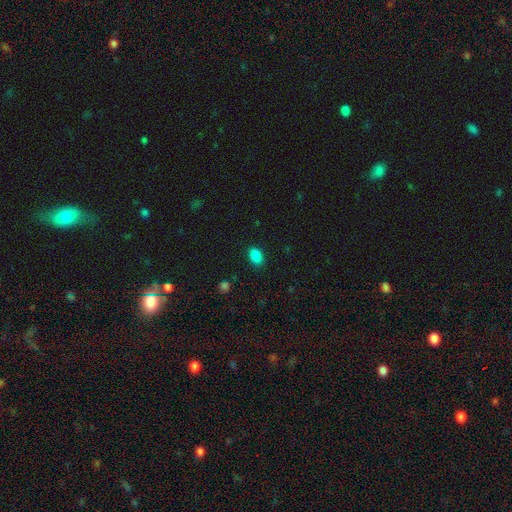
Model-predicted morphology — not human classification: Smooth or featured: smooth — 87% (star or artifact — 10%)
How rounded: in between — 87% (round — 11%)
Merging: none — 88% (minor disturbance — 9%)